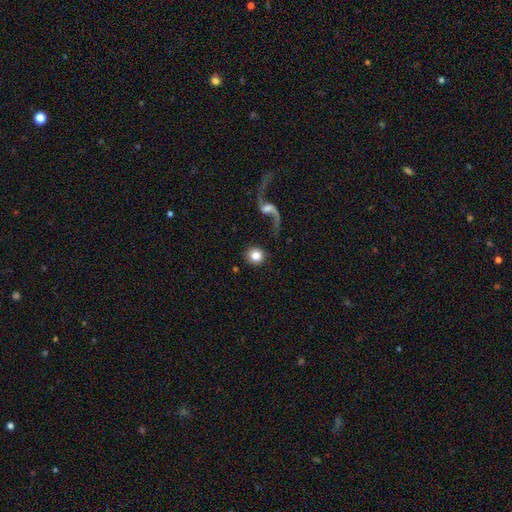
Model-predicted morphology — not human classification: Smooth or featured?
  - smooth: 77% *
  - featured or disk: 16%
  - star or artifact: 8%
How rounded?
  - round: 94% *
  - in between: 5%
  - cigar-shaped: 1%
Merging?
  - none: 84% *
  - minor disturbance: 7%
  - merger: 5%
  - major disturbance: 5%